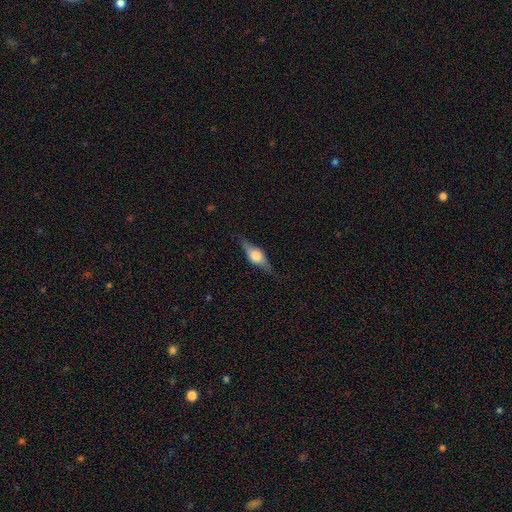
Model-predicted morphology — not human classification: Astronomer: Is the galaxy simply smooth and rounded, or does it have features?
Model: featured or disk — 65%.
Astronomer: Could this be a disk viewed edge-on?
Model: yes — 94%.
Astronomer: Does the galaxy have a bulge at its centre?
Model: rounded — 90%.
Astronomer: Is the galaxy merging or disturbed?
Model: none — 81%.